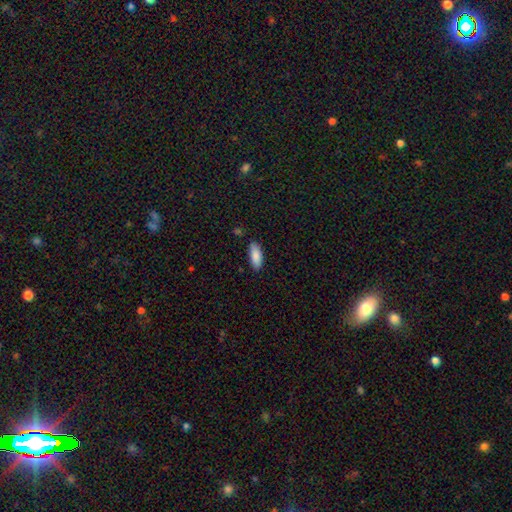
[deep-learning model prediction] This is clearly a smooth galaxy (88%). How rounded: likely in between (76%). Merging: clearly none (84%).